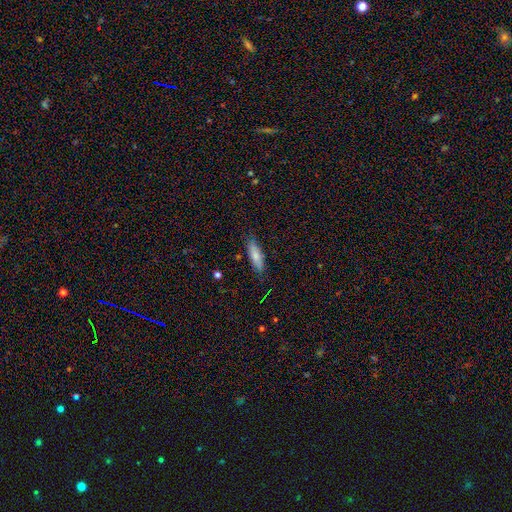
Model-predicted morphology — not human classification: Overall: smooth (77%). How rounded: cigar-shaped (55%; in between 43%). Merging: none (84%).